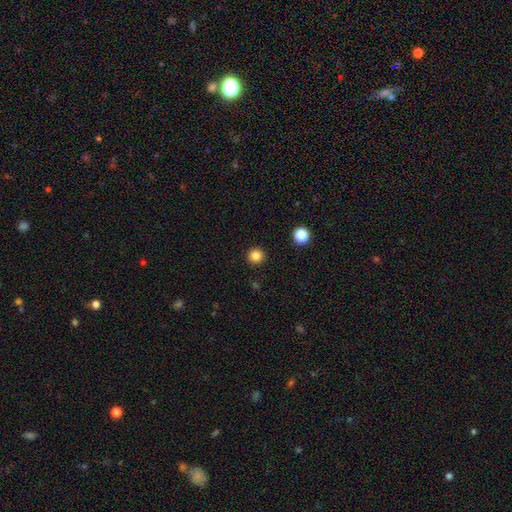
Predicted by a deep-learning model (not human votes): This appears to be a smooth galaxy with no disk features (85%) that is round (95%). Merging: none (93%).